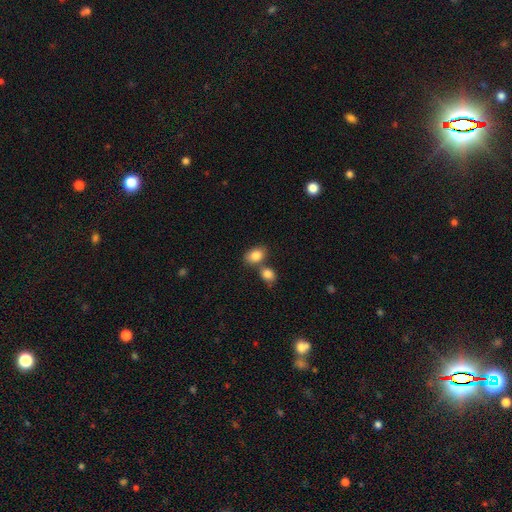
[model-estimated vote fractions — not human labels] Smooth or featured: smooth — 85% (star or artifact — 8%)
How rounded: in between — 79% (round — 20%)
Merging: none — 55% (merger — 30%)